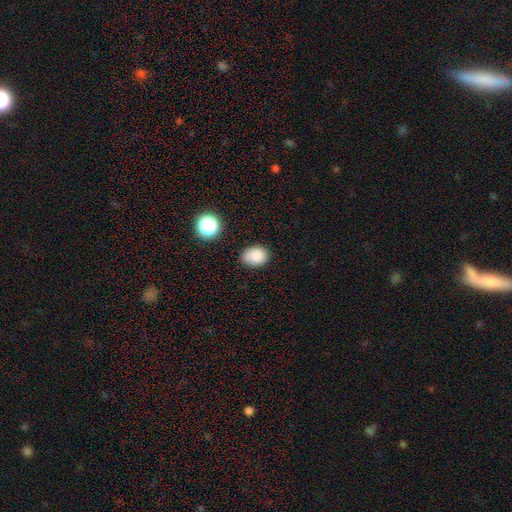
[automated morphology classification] This is clearly a smooth galaxy (85%). How rounded: likely in between (68%). Merging: likely none (77%).